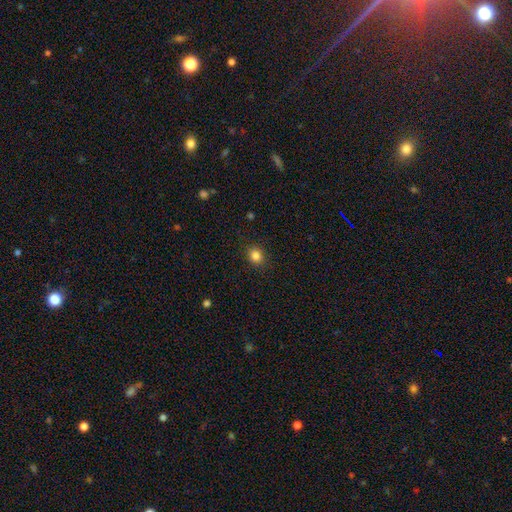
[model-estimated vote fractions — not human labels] smooth-or-featured: smooth: 84% | star or artifact: 12% | featured or disk: 4%
  how-rounded: round: 77% | in between: 23% | cigar-shaped: 1%
  merging: none: 89% | minor disturbance: 7% | major disturbance: 2% | merger: 1%